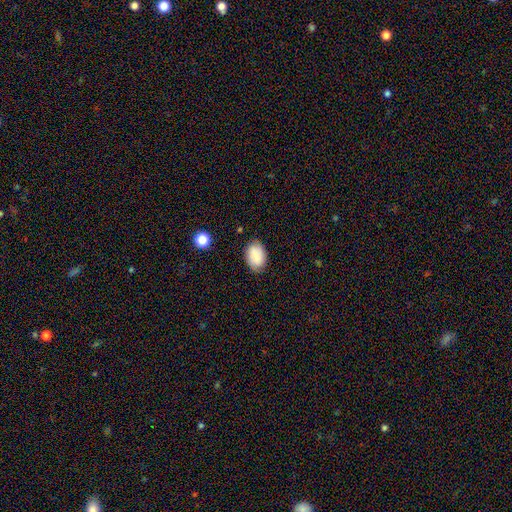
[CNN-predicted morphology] Smooth or featured? Predicted: smooth (p=0.84). How rounded? Predicted: in between (p=0.87). Merging? Predicted: none (p=0.81).